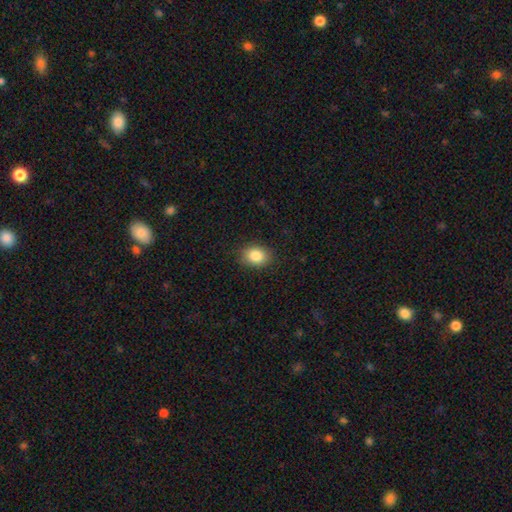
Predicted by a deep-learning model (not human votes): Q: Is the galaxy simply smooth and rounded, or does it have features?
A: smooth — 85%.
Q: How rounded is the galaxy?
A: in between — 64%.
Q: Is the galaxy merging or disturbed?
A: none — 86%.